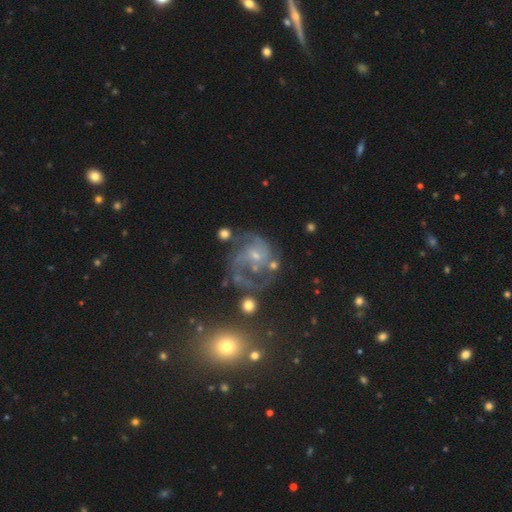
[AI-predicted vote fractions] Smooth or featured: featured or disk — 80% (smooth — 10%)
Edge-on disk: no — 98% (yes — 2%)
Bar: no — 61% (weak — 32%)
Spiral arms: yes — 89% (no — 11%)
Spiral winding: medium — 49% (tight — 27%)
Spiral arm count: 2 — 44% (can't tell — 19%)
Bulge size: small — 67% (moderate — 20%)
Merging: none — 42% (major disturbance — 28%)